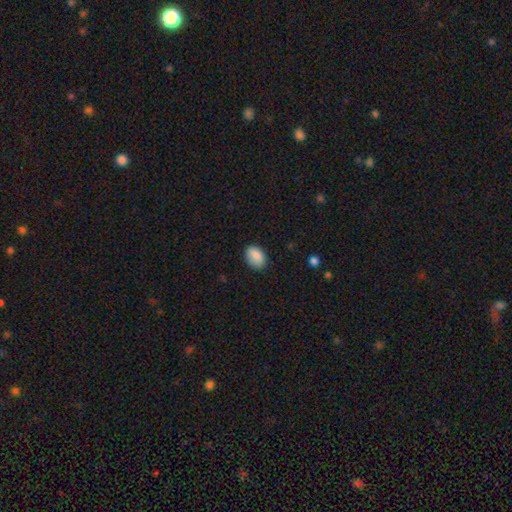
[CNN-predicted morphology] Smooth or featured?
  - smooth: 87% *
  - star or artifact: 7%
  - featured or disk: 5%
How rounded?
  - in between: 82% *
  - round: 17%
  - cigar-shaped: 1%
Merging?
  - none: 83% *
  - minor disturbance: 13%
  - major disturbance: 3%
  - merger: 1%